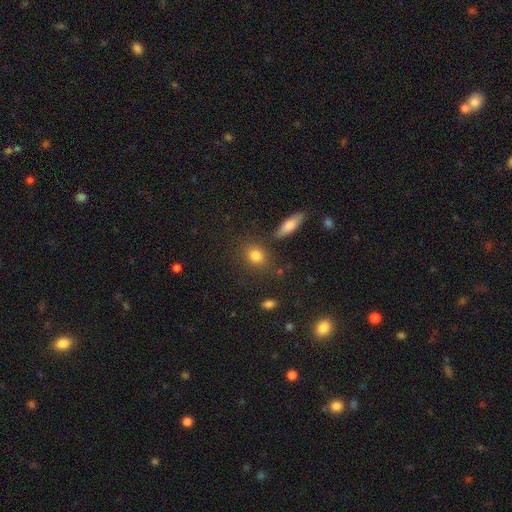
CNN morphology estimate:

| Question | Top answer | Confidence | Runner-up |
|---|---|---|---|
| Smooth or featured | smooth | 81% | star or artifact (11%) |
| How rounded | round | 55% | in between (41%) |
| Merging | none | 78% | minor disturbance (11%) |